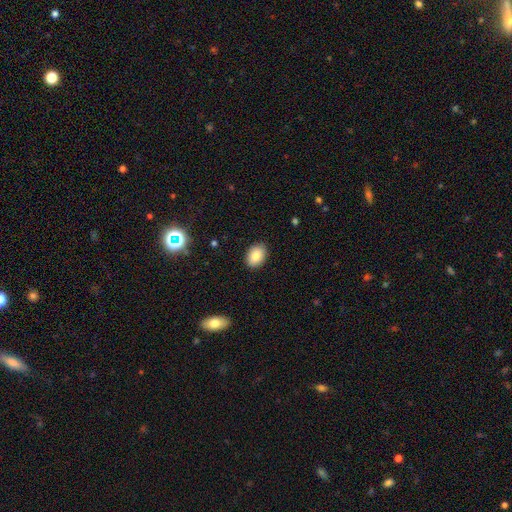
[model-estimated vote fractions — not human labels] A smooth galaxy with no disk features (84%) that is in between round and cigar-shaped (77%). Merging: none (88%).